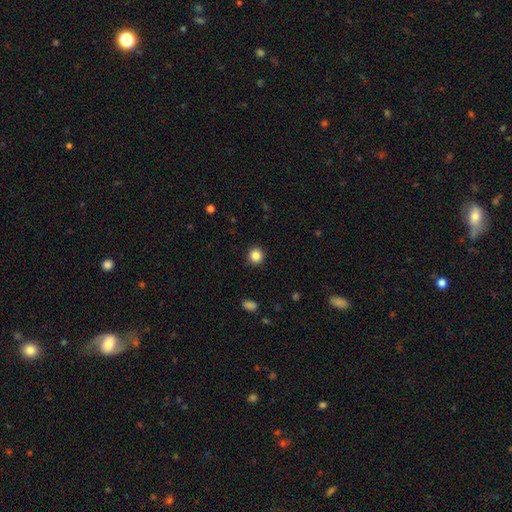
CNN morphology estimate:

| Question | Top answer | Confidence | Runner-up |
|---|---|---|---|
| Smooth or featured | smooth | 86% | star or artifact (11%) |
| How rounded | round | 92% | in between (7%) |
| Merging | none | 91% | minor disturbance (6%) |